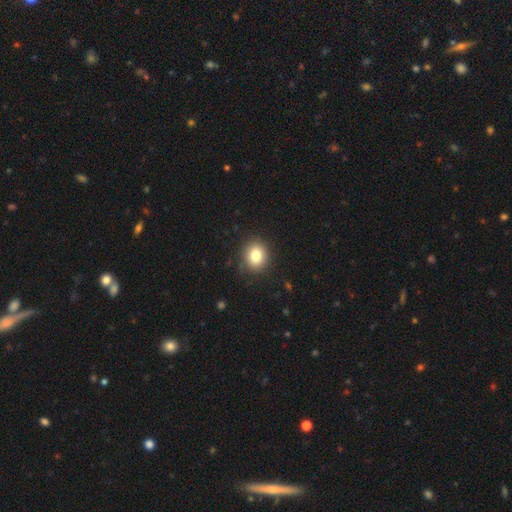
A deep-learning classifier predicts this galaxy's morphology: Smooth or featured: smooth — 81% (star or artifact — 11%)
How rounded: round — 73% (in between — 26%)
Merging: none — 89% (minor disturbance — 8%)